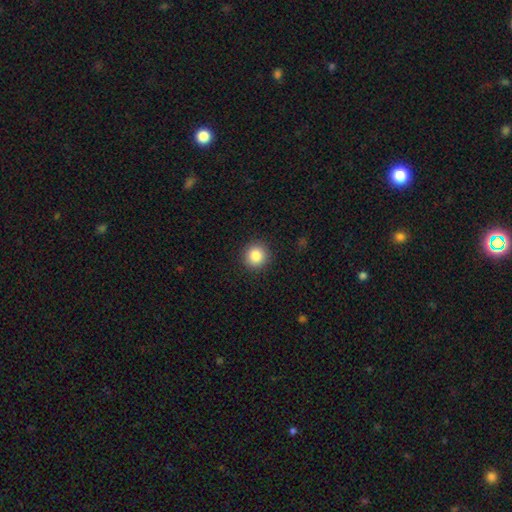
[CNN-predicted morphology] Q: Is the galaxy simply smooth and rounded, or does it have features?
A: smooth — 86%.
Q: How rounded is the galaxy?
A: round — 93%.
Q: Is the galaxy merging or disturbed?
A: none — 91%.